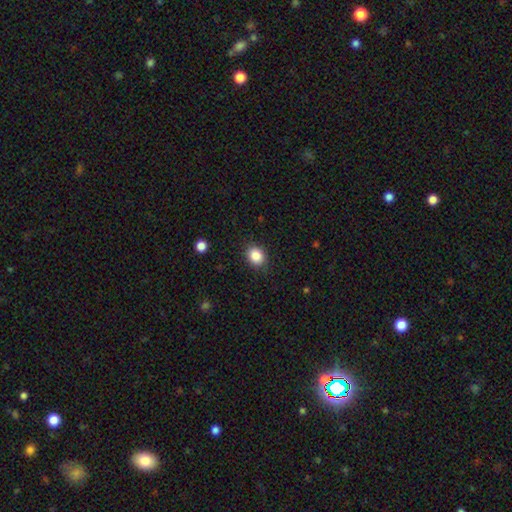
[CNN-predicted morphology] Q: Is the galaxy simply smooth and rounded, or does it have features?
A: smooth — 87%.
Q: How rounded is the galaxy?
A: round — 60%.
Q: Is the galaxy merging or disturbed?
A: none — 87%.